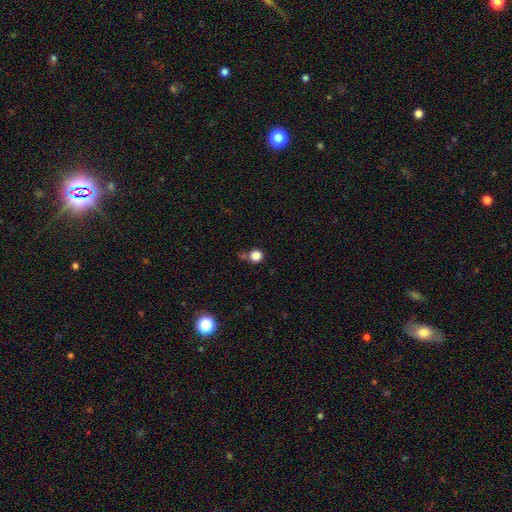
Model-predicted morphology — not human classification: This is clearly a smooth galaxy (83%). How rounded: clearly round (92%). Merging: likely none (67%).